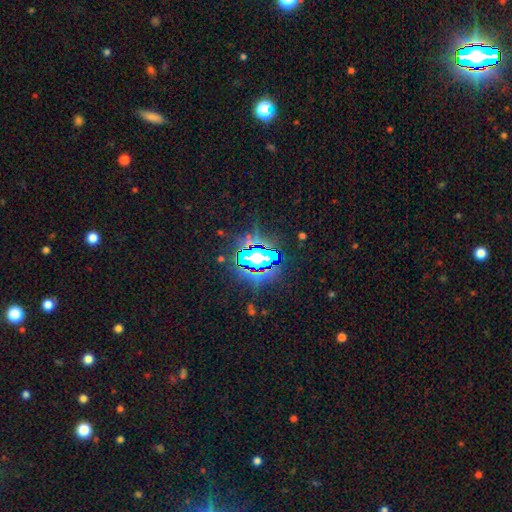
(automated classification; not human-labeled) This is likely a star or artifact rather than a galaxy (80%).